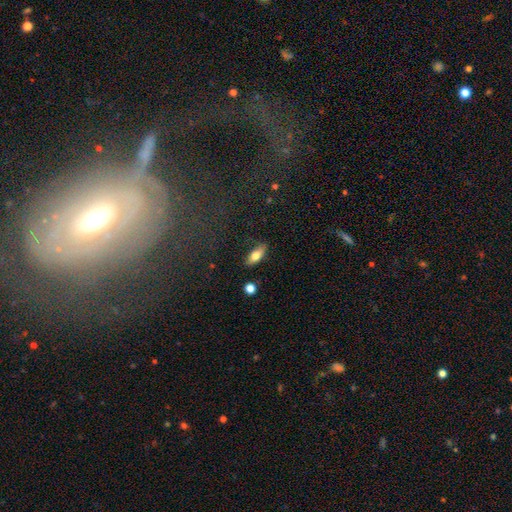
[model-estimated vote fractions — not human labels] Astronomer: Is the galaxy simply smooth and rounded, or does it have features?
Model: smooth — 73%.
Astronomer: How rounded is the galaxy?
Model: in between — 75%.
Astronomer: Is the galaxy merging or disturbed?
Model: none — 84%.